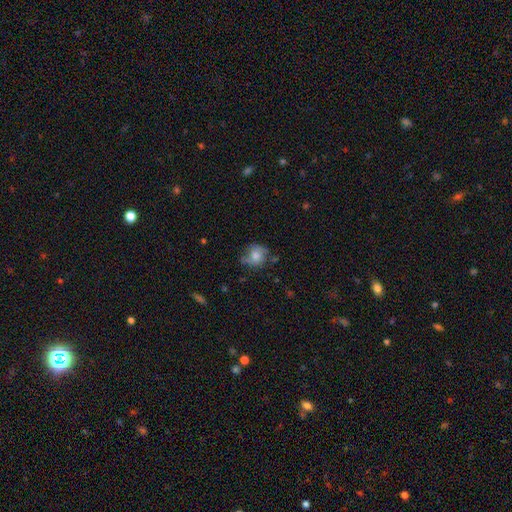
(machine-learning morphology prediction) smooth 58%, featured or disk 32%, star or artifact 10%. Down the decision tree: how rounded — round (68%); merging — none (55%).